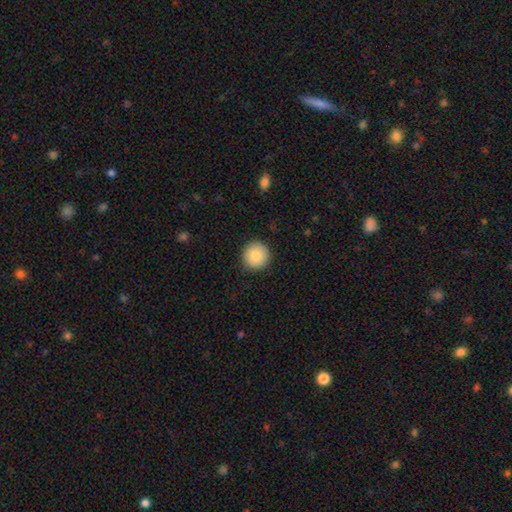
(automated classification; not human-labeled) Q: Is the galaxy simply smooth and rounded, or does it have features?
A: smooth — 86%.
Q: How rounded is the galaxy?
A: round — 95%.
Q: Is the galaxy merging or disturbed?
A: none — 91%.